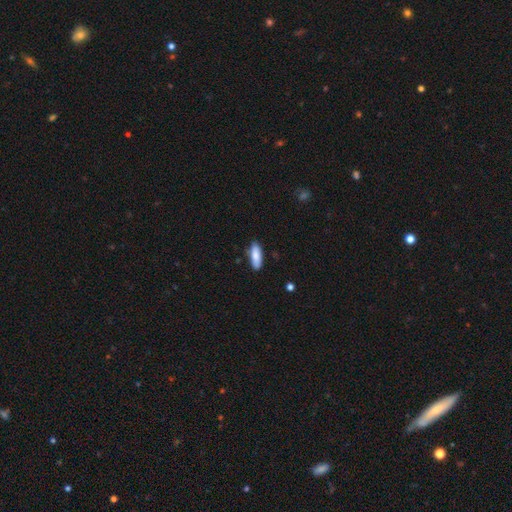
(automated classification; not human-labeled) Morphology: type=smooth (84%); roundness=in between (64%); merging=none (83%).